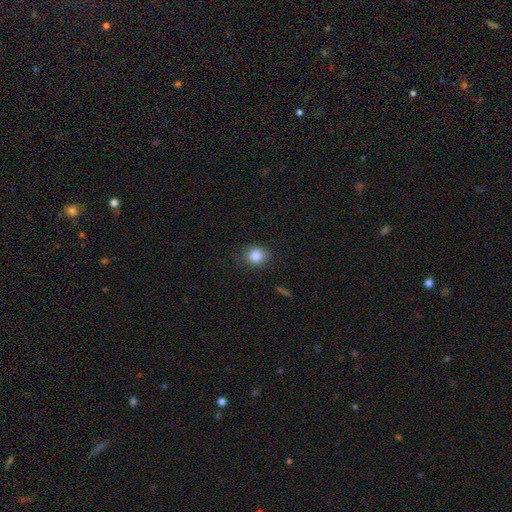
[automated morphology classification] type=smooth (84%); roundness=round (77%); merging=none (82%).